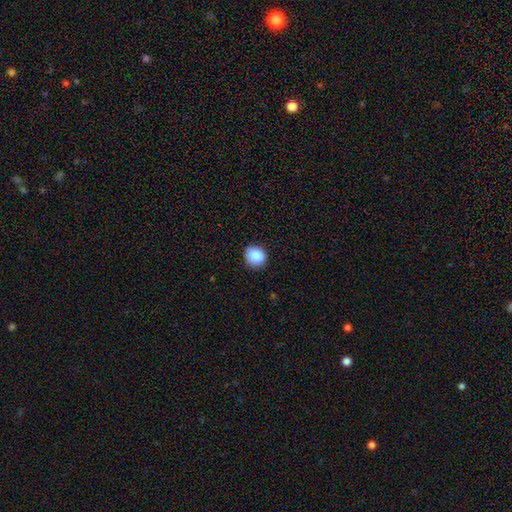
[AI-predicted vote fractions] Smooth or featured? Predicted: smooth (p=0.88). How rounded? Predicted: round (p=0.80). Merging? Predicted: none (p=0.87).